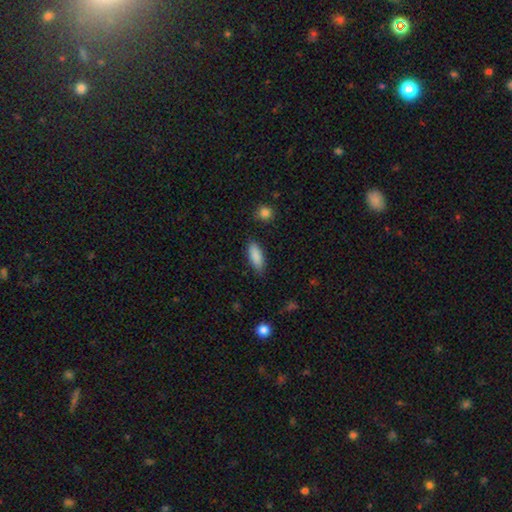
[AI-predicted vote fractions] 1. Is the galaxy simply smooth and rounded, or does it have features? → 88% smooth, 7% star or artifact, 5% featured or disk.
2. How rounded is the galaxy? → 74% in between, 24% cigar-shaped, 2% round.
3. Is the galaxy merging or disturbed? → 84% none, 12% minor disturbance, 3% major disturbance, 2% merger.